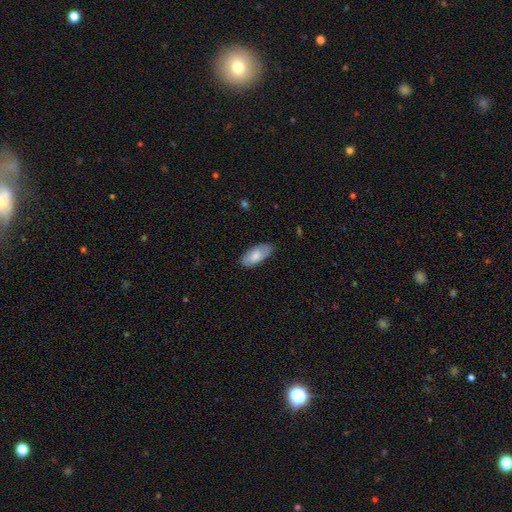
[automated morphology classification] Q: Smooth or featured?
A: smooth (75%); runner-up: featured or disk (19%)
Q: How rounded?
A: in between (90%); runner-up: cigar-shaped (8%)
Q: Merging?
A: none (81%); runner-up: minor disturbance (16%)